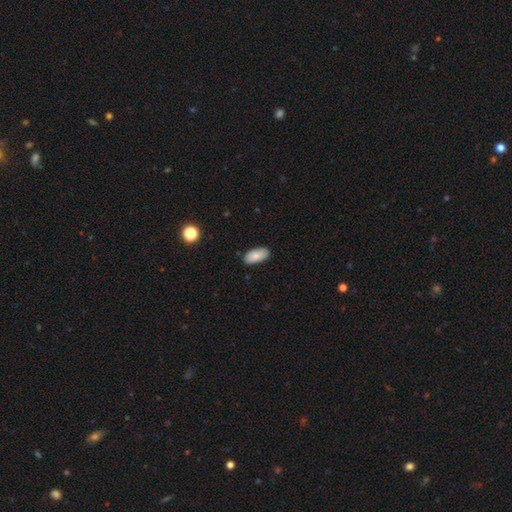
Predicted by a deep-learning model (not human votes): Smooth or featured? Predicted: smooth (p=0.86). How rounded? Predicted: in between (p=0.93). Merging? Predicted: none (p=0.85).